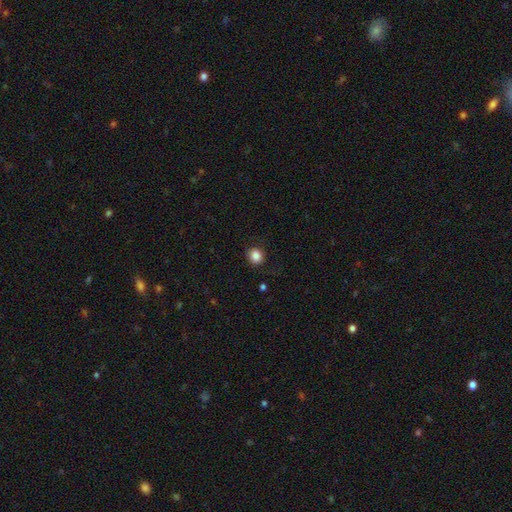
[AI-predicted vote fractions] Smooth or featured? smooth (86%)
How rounded? round (81%)
Merging? none (86%)